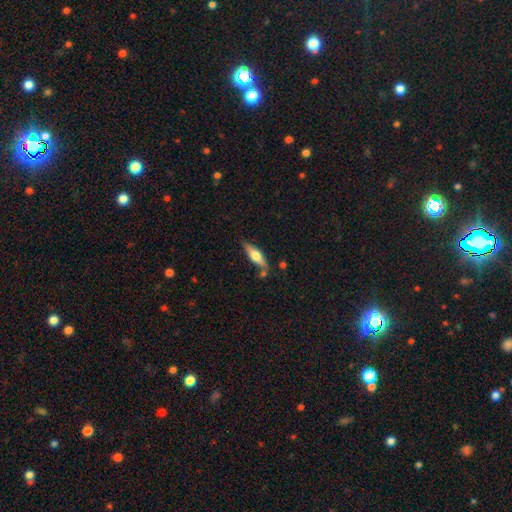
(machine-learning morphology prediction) Overall: featured or disk (48%; smooth 46%). Merging: none (72%).